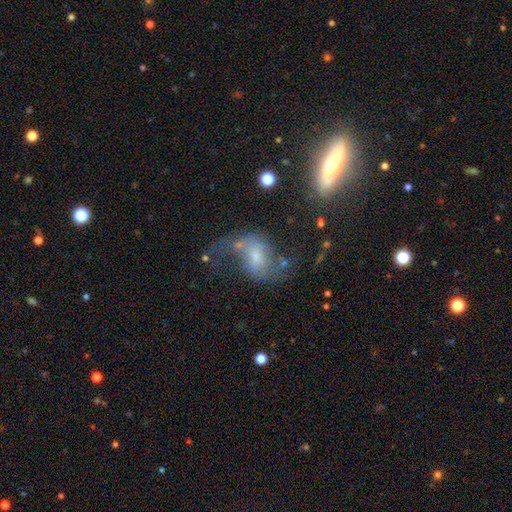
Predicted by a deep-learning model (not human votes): Overall: featured or disk (66%). Edge-on disk: no (95%). Bar: no (50%; weak 38%). Spiral arms: yes (80%). Spiral arm count: 2 (77%). Spiral winding: loose (69%). Bulge size: small (47%; moderate 39%). Merging: none (40%; major disturbance 27%).